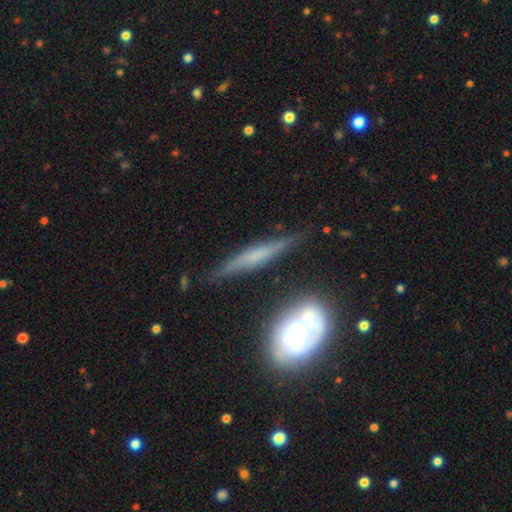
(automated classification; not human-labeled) smooth-or-featured: featured or disk: 61% | smooth: 32% | star or artifact: 7%
  disk-edge-on: yes: 89% | no: 11%
    edge-on-bulge: none: 43% | rounded: 41% | boxy: 16%
  merging: none: 74% | minor disturbance: 17% | merger: 5% | major disturbance: 4%